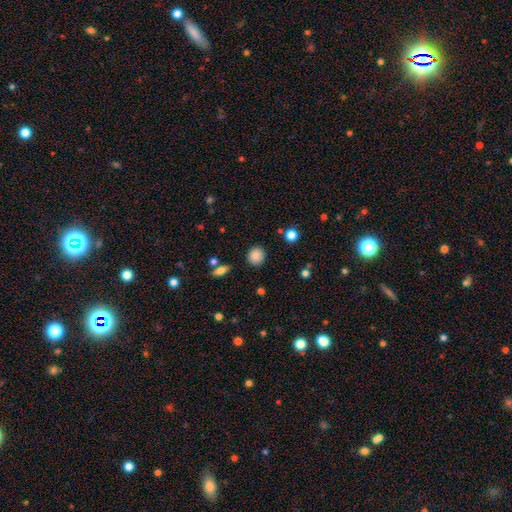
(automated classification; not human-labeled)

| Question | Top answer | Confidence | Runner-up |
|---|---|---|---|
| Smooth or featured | smooth | 86% | star or artifact (9%) |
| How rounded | round | 89% | in between (10%) |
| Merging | none | 88% | minor disturbance (7%) |